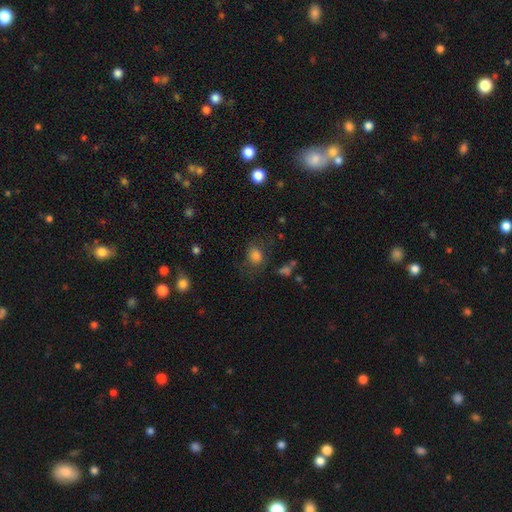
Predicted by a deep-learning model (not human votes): Morphology: type=smooth (80%); roundness=round (51%); merging=none (64%).